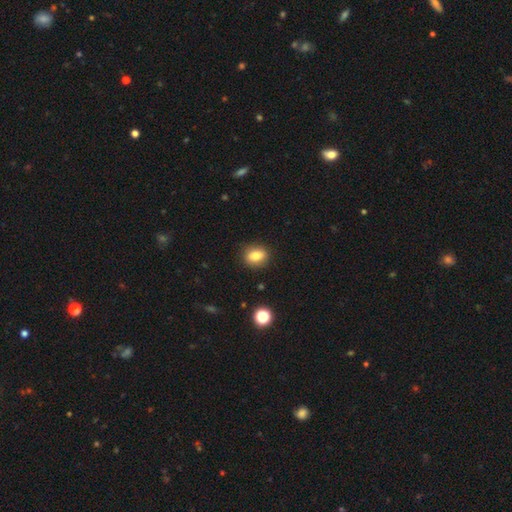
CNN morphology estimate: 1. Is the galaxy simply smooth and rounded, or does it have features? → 80% smooth, 10% star or artifact, 10% featured or disk.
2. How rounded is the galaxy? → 56% in between, 43% round, 2% cigar-shaped.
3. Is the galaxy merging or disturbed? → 87% none, 9% minor disturbance, 2% major disturbance, 1% merger.